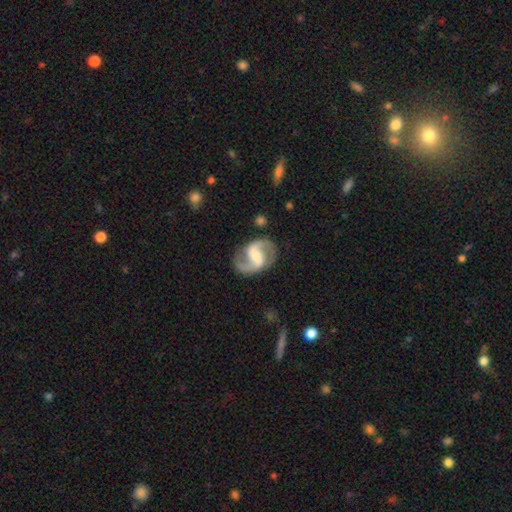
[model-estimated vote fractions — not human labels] smooth_or_featured: featured or disk (p=0.90) [alt: smooth p=0.06]
disk_edge_on: no (p=0.98) [alt: yes p=0.02]
bar: weak (p=0.46) [alt: strong p=0.31]
has_spiral_arms: yes (p=0.97) [alt: no p=0.03]
spiral_winding: medium (p=0.56) [alt: loose p=0.30]
spiral_arm_count: 2 (p=0.94) [alt: can't tell p=0.02]
bulge_size: moderate (p=0.50) [alt: small p=0.39]
merging: none (p=0.83) [alt: minor disturbance p=0.11]